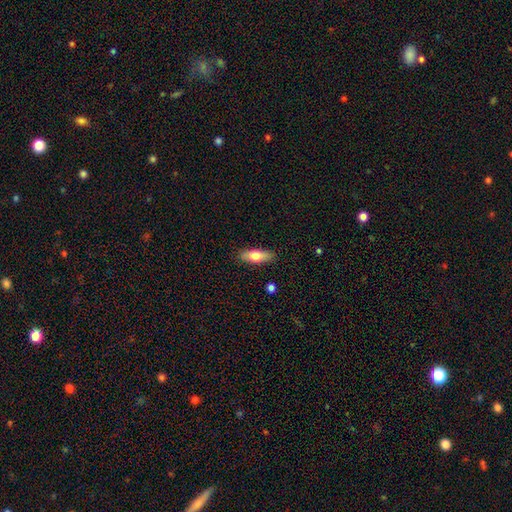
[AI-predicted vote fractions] Smooth or featured? Predicted: smooth (p=0.71). How rounded? Predicted: in between (p=0.63). Merging? Predicted: none (p=0.87).